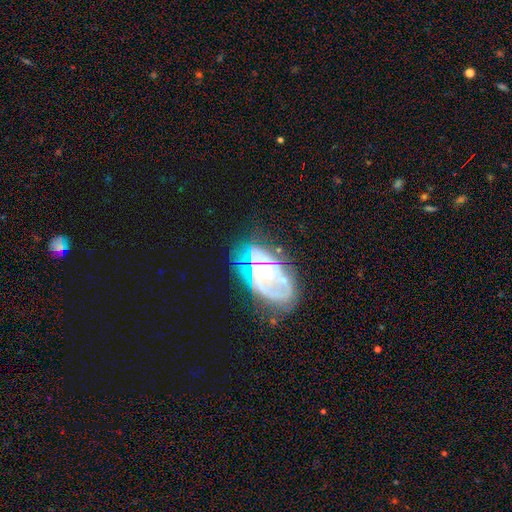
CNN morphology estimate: smooth-or-featured: featured or disk: 68% | smooth: 17% | star or artifact: 15%
  disk-edge-on: no: 94% | yes: 6%
    bar: no: 70% | weak: 21% | strong: 8%
    has-spiral-arms: yes: 62% | no: 38%
    bulge-size: moderate: 64% | small: 22% | large: 9% | none: 3% | dominant: 2%
  merging: none: 53% | minor disturbance: 21% | major disturbance: 20% | merger: 6%